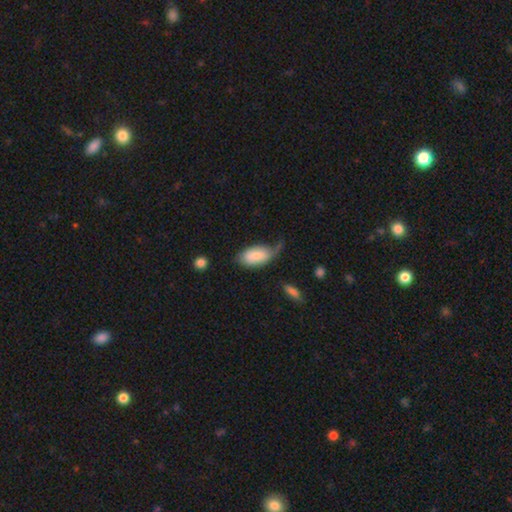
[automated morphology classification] type=smooth (75%); roundness=in between (94%); merging=none (35%).